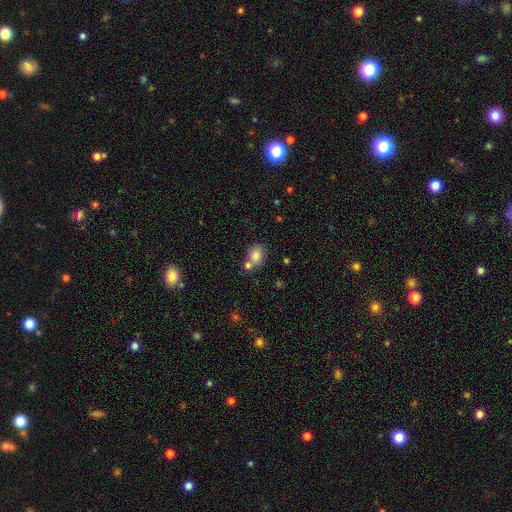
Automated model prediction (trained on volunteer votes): Overall: smooth (82%). How rounded: in between (62%; round 36%). Merging: none (51%; merger 32%).